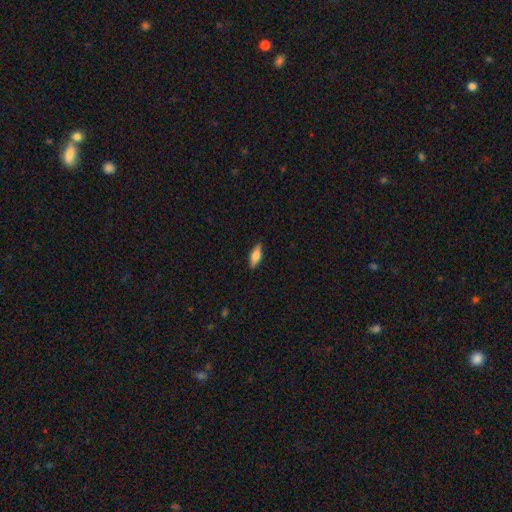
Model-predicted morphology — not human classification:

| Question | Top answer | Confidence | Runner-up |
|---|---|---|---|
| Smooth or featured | smooth | 66% | featured or disk (27%) |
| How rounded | in between | 61% | cigar-shaped (36%) |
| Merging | none | 87% | minor disturbance (10%) |